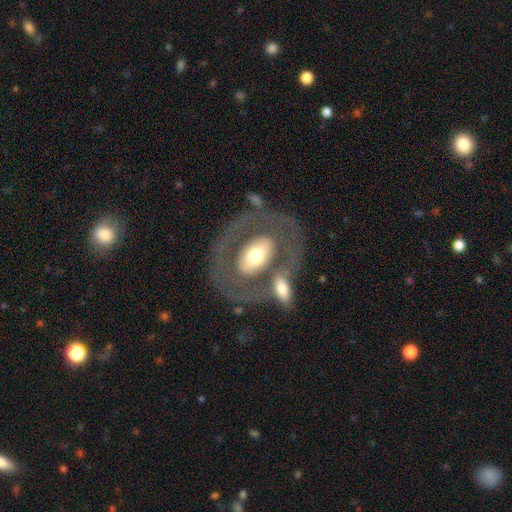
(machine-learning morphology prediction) This is possibly a featured or disk galaxy (58%). It is clearly not viewed edge-on (91%). Bar: likely no (66%). Spiral arm pattern: likely no (76%). Central bulge: possibly moderate (56%). Merging: possibly none (58%).